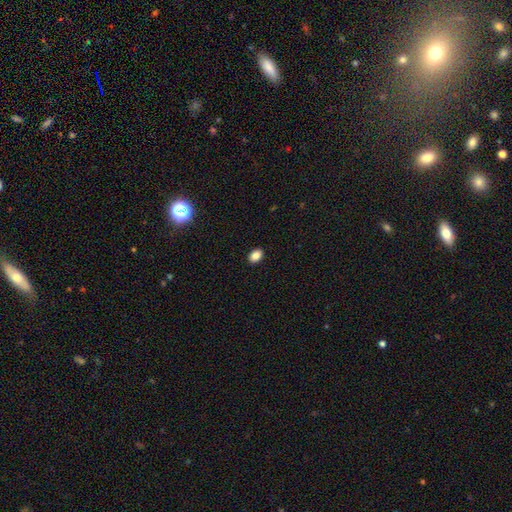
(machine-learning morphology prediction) type=smooth (85%); roundness=in between (80%); merging=none (91%).